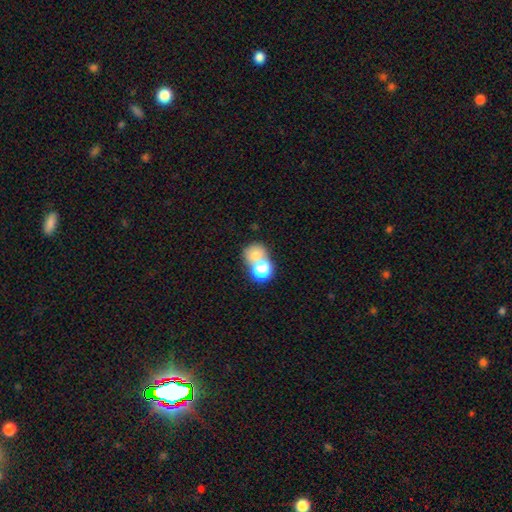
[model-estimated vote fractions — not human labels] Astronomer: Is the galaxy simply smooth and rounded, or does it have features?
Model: smooth — 71%.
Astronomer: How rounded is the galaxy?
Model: round — 69%.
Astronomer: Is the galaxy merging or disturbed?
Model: merger — 51% (runner-up: none, 36%).